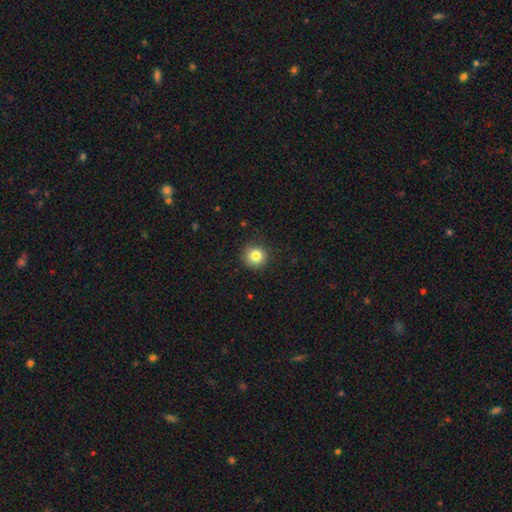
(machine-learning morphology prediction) smooth 83%, star or artifact 11%, featured or disk 6%. Down the decision tree: how rounded — round (94%); merging — none (89%).